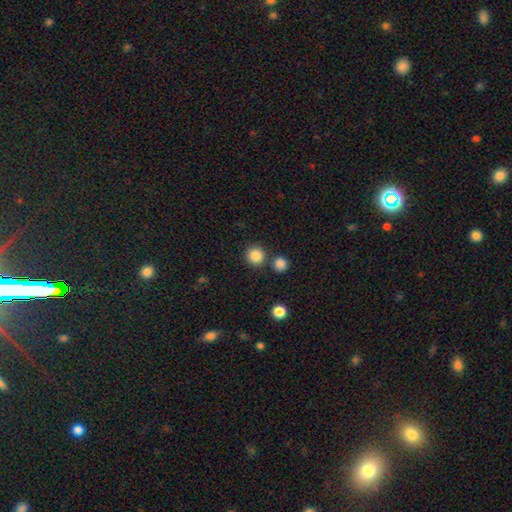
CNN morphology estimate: This is clearly a smooth galaxy (86%). How rounded: clearly round (94%). Merging: clearly none (82%).